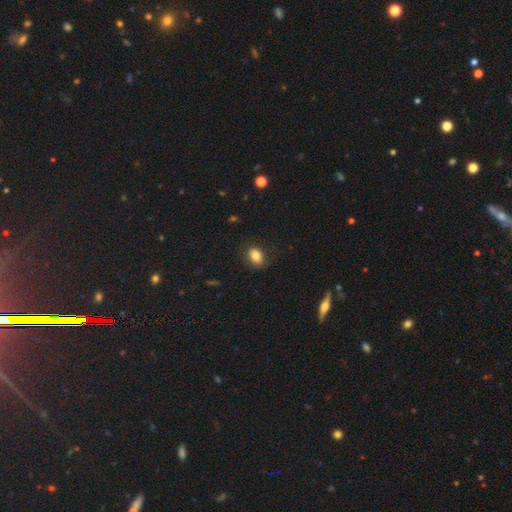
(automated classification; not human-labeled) This is clearly a smooth galaxy (81%). How rounded: likely in between (73%). Merging: likely none (78%).